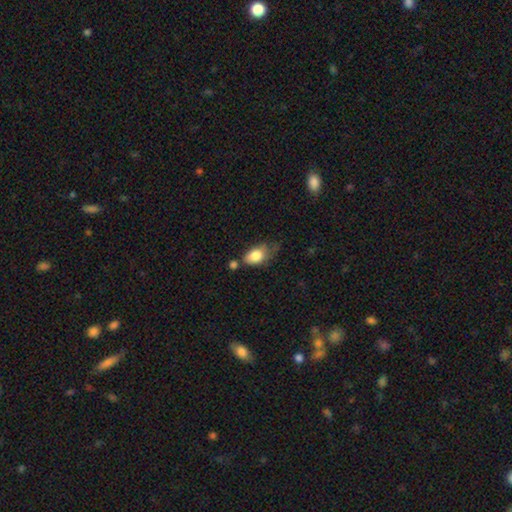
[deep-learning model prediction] Smooth or featured: smooth — 82% (featured or disk — 10%)
How rounded: in between — 87% (round — 10%)
Merging: none — 36% (minor disturbance — 35%)